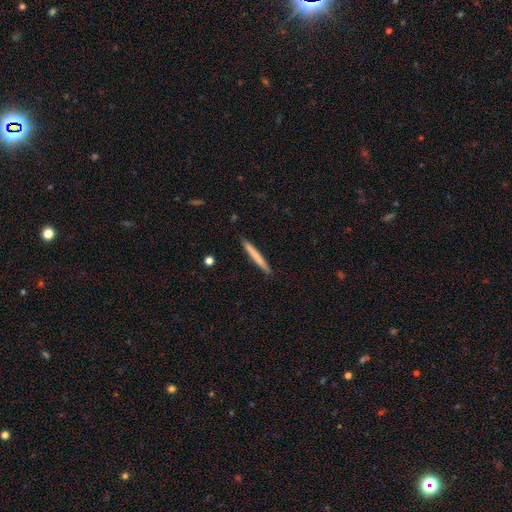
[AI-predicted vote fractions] Smooth or featured?
  - smooth: 69% *
  - featured or disk: 25%
  - star or artifact: 5%
How rounded?
  - cigar-shaped: 97% *
  - in between: 2%
  - round: 1%
Merging?
  - none: 91% *
  - minor disturbance: 7%
  - major disturbance: 1%
  - merger: 1%